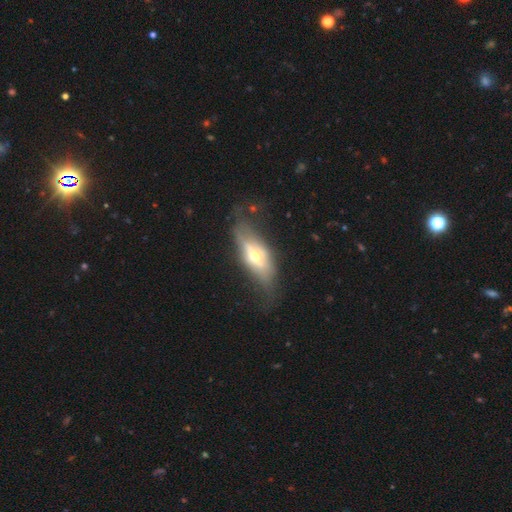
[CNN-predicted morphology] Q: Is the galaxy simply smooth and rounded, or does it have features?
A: featured or disk — 60%.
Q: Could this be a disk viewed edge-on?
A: yes — 65%.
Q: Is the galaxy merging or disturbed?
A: none — 57%.